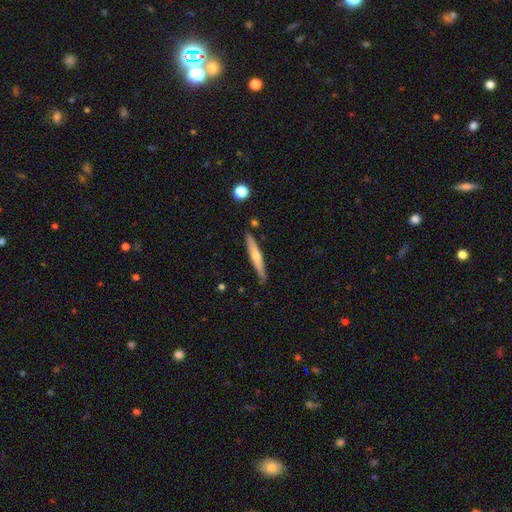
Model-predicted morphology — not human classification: This appears to be a featured or disk galaxy (49%). Merging: none (85%).